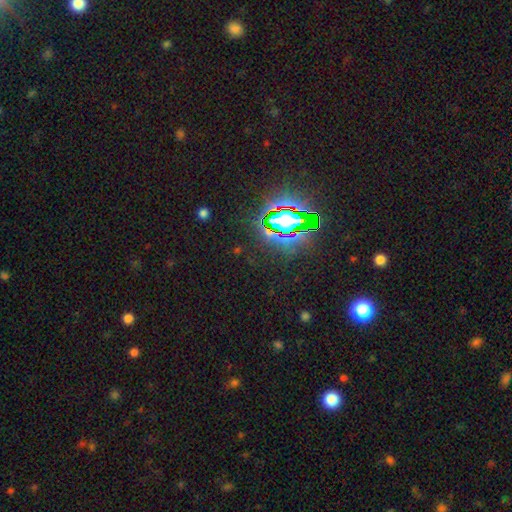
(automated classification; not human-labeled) A star or artifact, not a galaxy (82%).